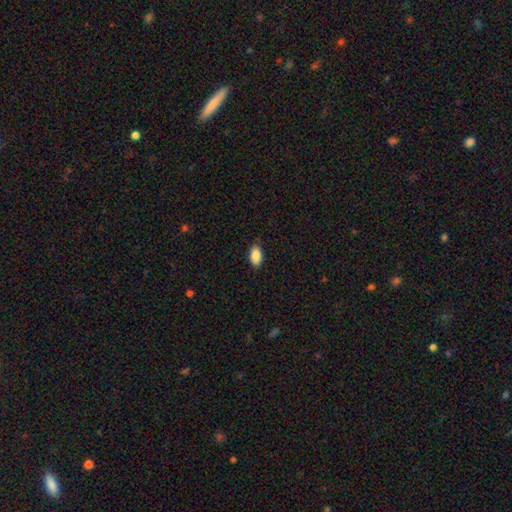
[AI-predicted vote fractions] Smooth or featured: smooth — 88% (star or artifact — 7%)
How rounded: in between — 93% (round — 4%)
Merging: none — 84% (minor disturbance — 12%)